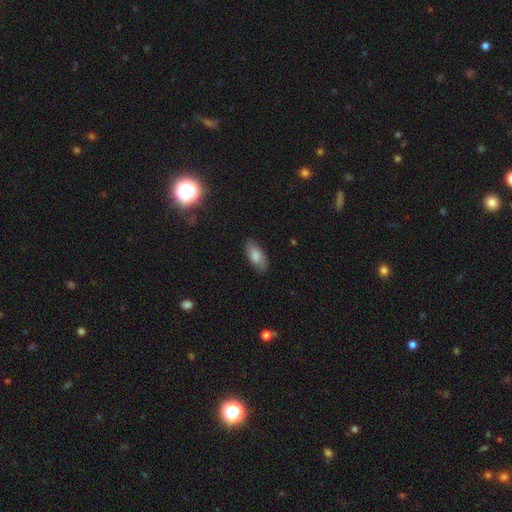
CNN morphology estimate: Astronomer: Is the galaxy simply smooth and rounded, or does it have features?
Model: smooth — 79%.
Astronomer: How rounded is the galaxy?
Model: in between — 89%.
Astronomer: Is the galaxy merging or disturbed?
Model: none — 83%.